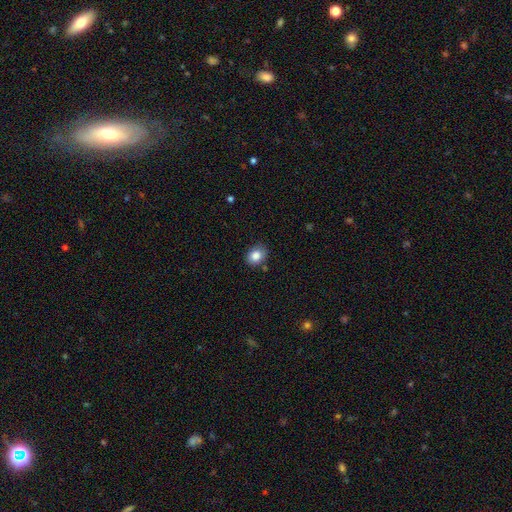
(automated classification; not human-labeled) smooth_or_featured: smooth (p=0.85) [alt: star or artifact p=0.09]
how_rounded: in between (p=0.51) [alt: round p=0.48]
merging: none (p=0.80) [alt: minor disturbance p=0.14]